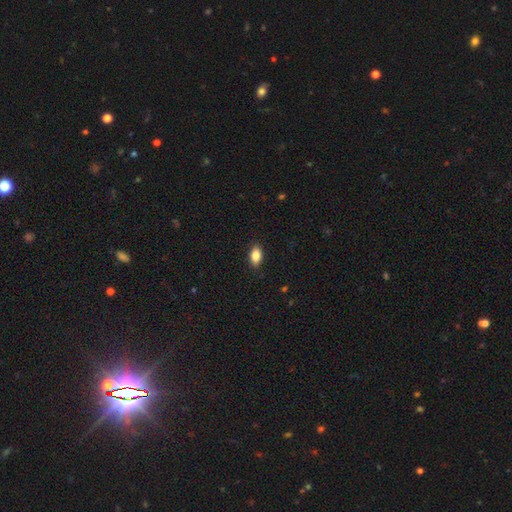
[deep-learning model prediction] A smooth galaxy with no disk features (86%) that is in between round and cigar-shaped (90%).

Vote fractions:
- Smooth or featured? smooth: 86% / star or artifact: 8% / featured or disk: 6%
- How rounded? in between: 90% / round: 6% / cigar-shaped: 4%
- Merging? none: 89% / minor disturbance: 9% / major disturbance: 2% / merger: 1%